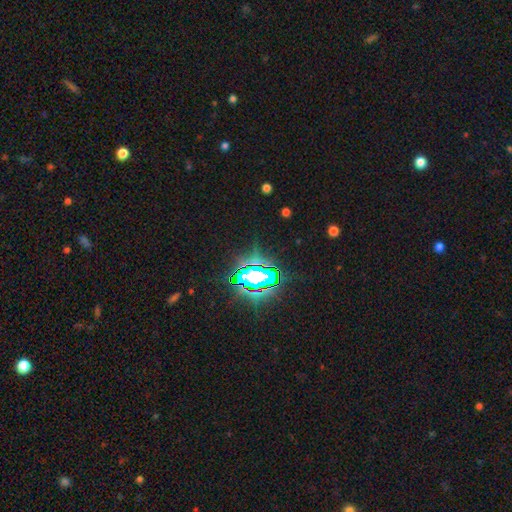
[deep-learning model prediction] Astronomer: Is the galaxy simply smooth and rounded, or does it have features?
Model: star or artifact — 79%.